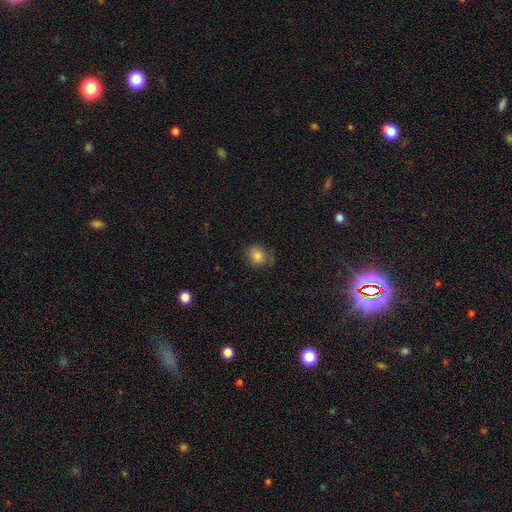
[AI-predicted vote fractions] Overall: smooth (80%). How rounded: round (77%). Merging: none (69%).